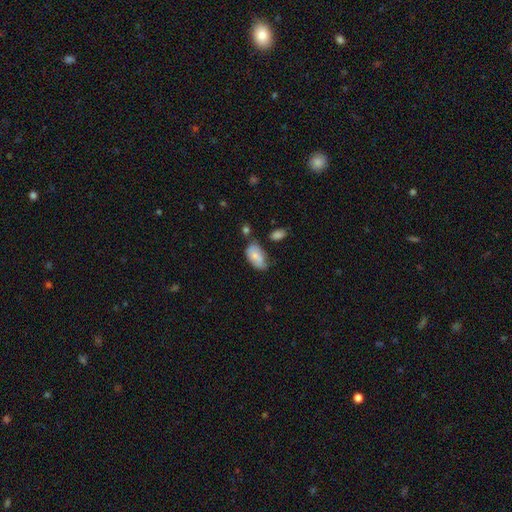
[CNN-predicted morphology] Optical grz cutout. It shows a smooth galaxy with no disk features (75%) that is in between round and cigar-shaped (93%). Merging: none (43%).